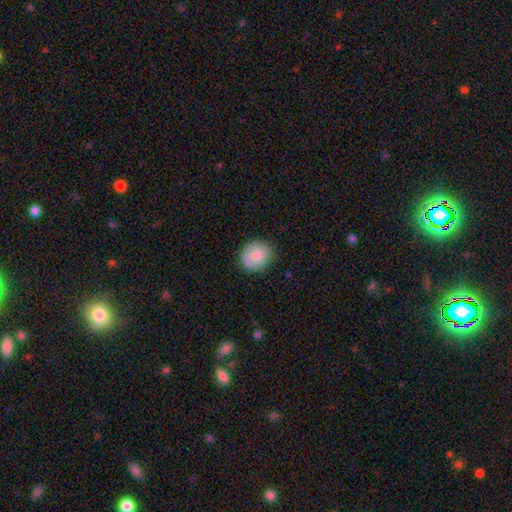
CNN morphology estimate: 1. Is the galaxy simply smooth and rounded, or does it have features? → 80% smooth, 12% featured or disk, 8% star or artifact.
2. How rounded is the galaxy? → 80% round, 19% in between, 1% cigar-shaped.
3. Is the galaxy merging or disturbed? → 84% none, 12% minor disturbance, 3% major disturbance, 1% merger.